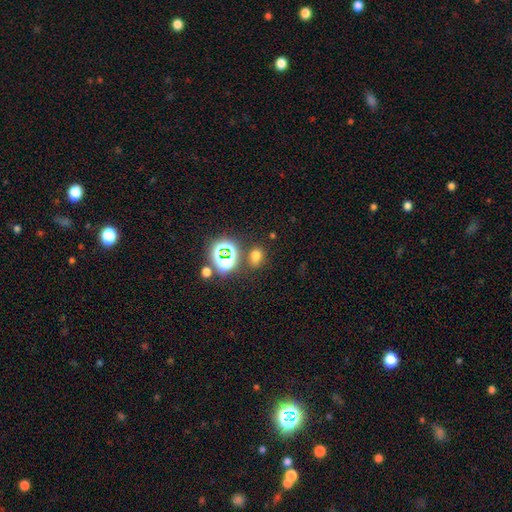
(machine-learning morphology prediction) smooth 63%, star or artifact 30%, featured or disk 7%. Down the decision tree: how rounded — in between (52%); merging — none (77%).